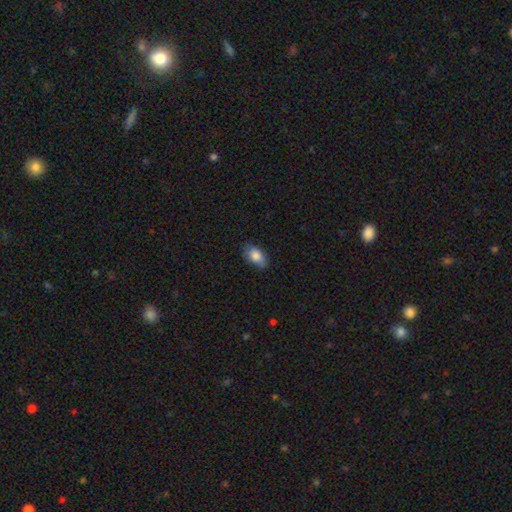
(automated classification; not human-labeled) A smooth galaxy with no disk features (82%) that is in between round and cigar-shaped (90%).

Vote fractions:
- Smooth or featured? smooth: 82% / featured or disk: 11% / star or artifact: 7%
- How rounded? in between: 90% / round: 7% / cigar-shaped: 2%
- Merging? none: 75% / minor disturbance: 20% / major disturbance: 3% / merger: 1%